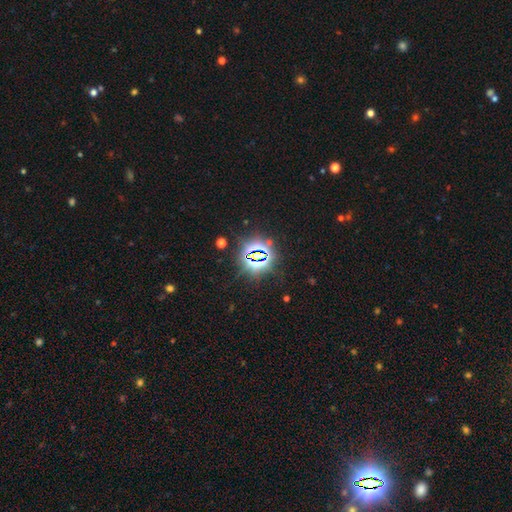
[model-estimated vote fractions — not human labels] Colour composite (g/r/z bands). It shows a star or artifact, not a galaxy (81%).